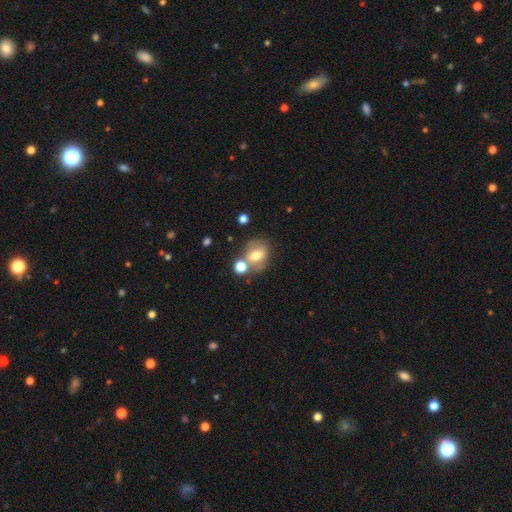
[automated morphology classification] Overall: smooth (65%). How rounded: round (54%; in between 45%). Merging: none (53%; merger 26%).